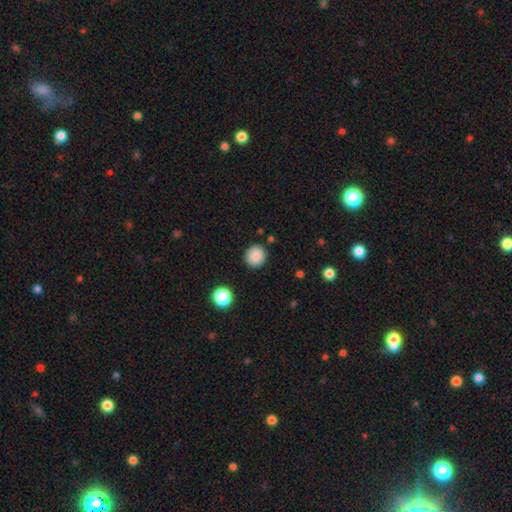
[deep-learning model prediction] Smooth or featured? Predicted: smooth (p=0.87). How rounded? Predicted: round (p=0.89). Merging? Predicted: none (p=0.89).